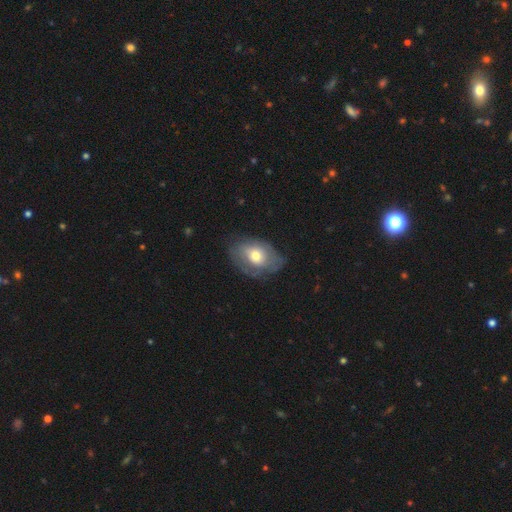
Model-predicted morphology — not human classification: Smooth or featured: smooth — 56% (featured or disk — 36%)
How rounded: in between — 79% (round — 19%)
Merging: none — 62% (minor disturbance — 26%)